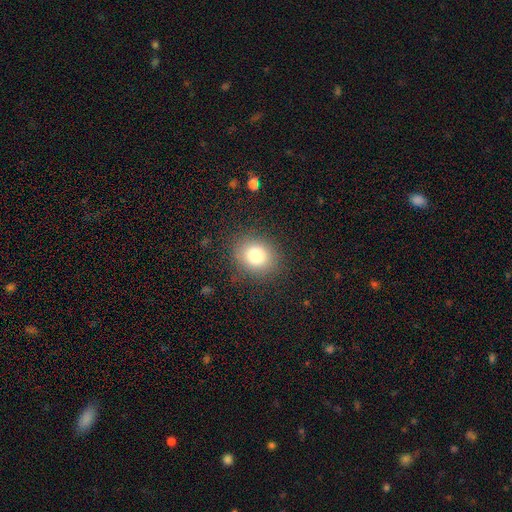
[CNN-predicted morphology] The model was most divided on "how rounded": round: 63%, in between: 36%, cigar-shaped: 1%. More confident: merging — none (84%); smooth or featured — smooth (80%).